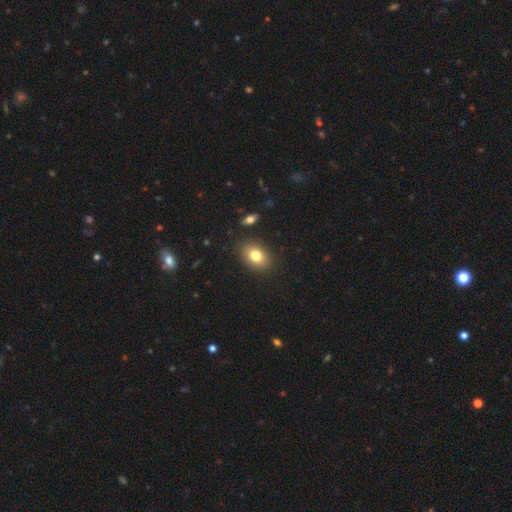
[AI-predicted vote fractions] Overall: smooth (80%). How rounded: in between (80%). Merging: none (87%).